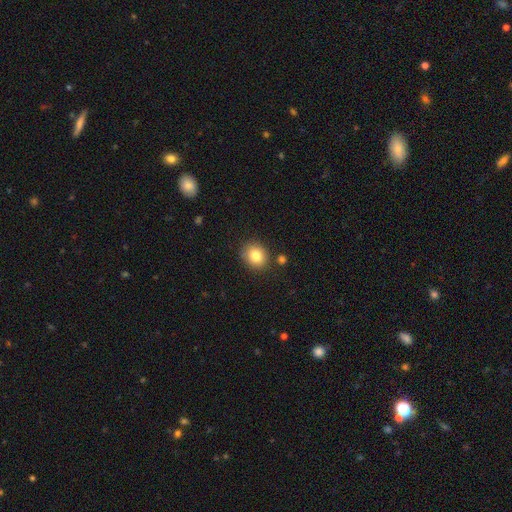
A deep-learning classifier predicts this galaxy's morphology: A smooth galaxy with no disk features (82%) that is round (71%).

Vote fractions:
- Smooth or featured? smooth: 82% / star or artifact: 10% / featured or disk: 8%
- How rounded? round: 71% / in between: 29% / cigar-shaped: 1%
- Merging? none: 84% / minor disturbance: 9% / merger: 4% / major disturbance: 2%